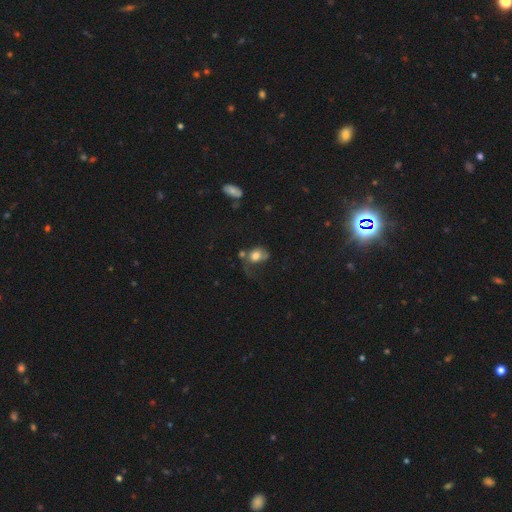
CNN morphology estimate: A smooth galaxy with no disk features (69%) that is in between round and cigar-shaped (52%).

Vote fractions:
- Smooth or featured? smooth: 69% / featured or disk: 21% / star or artifact: 10%
- How rounded? in between: 52% / round: 47% / cigar-shaped: 1%
- Merging? major disturbance: 40% / none: 25% / minor disturbance: 20% / merger: 16%